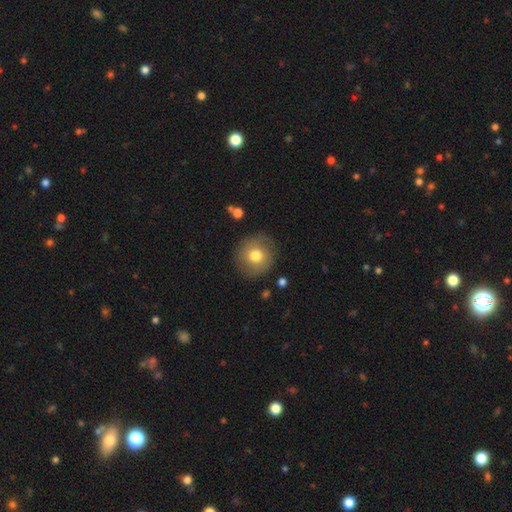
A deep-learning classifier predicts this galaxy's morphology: A smooth galaxy with no disk features (72%) that is round (91%).

Vote fractions:
- Smooth or featured? smooth: 72% / featured or disk: 19% / star or artifact: 9%
- How rounded? round: 91% / in between: 8% / cigar-shaped: 1%
- Merging? none: 85% / minor disturbance: 10% / major disturbance: 4% / merger: 2%